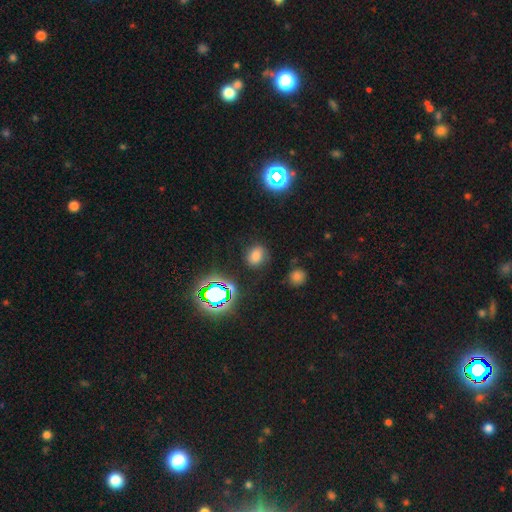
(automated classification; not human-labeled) Q: Smooth or featured?
A: smooth (70%); runner-up: star or artifact (22%)
Q: How rounded?
A: in between (53%); runner-up: round (46%)
Q: Merging?
A: none (79%); runner-up: minor disturbance (14%)